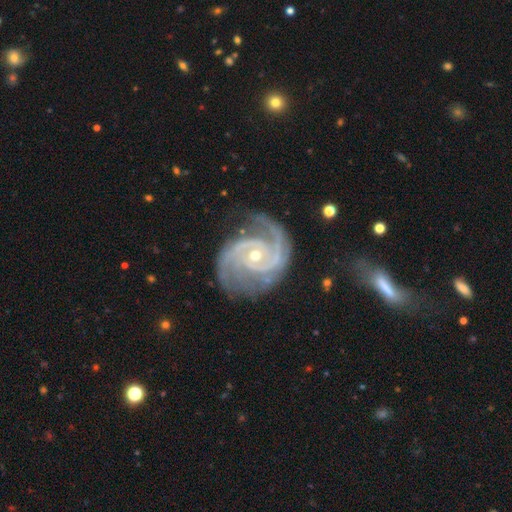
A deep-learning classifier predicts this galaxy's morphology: smooth-or-featured: featured or disk: 93% | star or artifact: 4% | smooth: 2%
  disk-edge-on: no: 98% | yes: 2%
    bar: no: 64% | weak: 26% | strong: 9%
    has-spiral-arms: yes: 99% | no: 1%
      spiral-winding: tight: 48% | medium: 45% | loose: 8%
      spiral-arm-count: 2: 66% | 3: 17% | can't tell: 6% | 4: 4% | 1: 4% | more than 4: 4%
    bulge-size: small: 55% | moderate: 42% | large: 1% | none: 1% | dominant: 1%
  merging: none: 70% | minor disturbance: 19% | major disturbance: 9% | merger: 2%